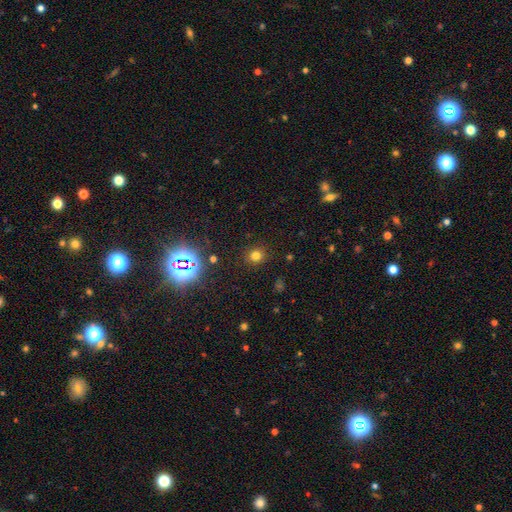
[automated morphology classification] smooth-or-featured: smooth: 71% | star or artifact: 22% | featured or disk: 7%
  how-rounded: round: 86% | in between: 13% | cigar-shaped: 1%
  merging: none: 88% | minor disturbance: 7% | major disturbance: 3% | merger: 2%